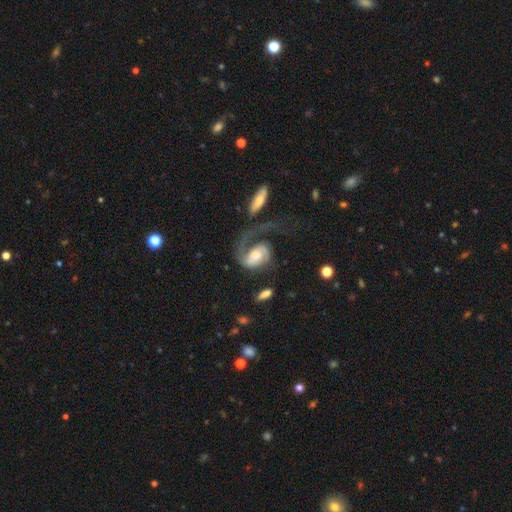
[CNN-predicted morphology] Smooth or featured?
  - featured or disk: 81% *
  - smooth: 13%
  - star or artifact: 5%
Edge-on disk?
  - no: 97% *
  - yes: 3%
Bar?
  - no: 51% *
  - weak: 36%
  - strong: 13%
Spiral arms?
  - yes: 94% *
  - no: 6%
Spiral winding?
  - medium: 43% *
  - loose: 36%
  - tight: 22%
Spiral arm count?
  - 1: 53% *
  - 2: 38%
  - can't tell: 4%
  - 3: 2%
  - 4: 1%
  - more than 4: 1%
Bulge size?
  - moderate: 38% *
  - large: 30%
  - small: 18%
  - none: 9%
  - dominant: 5%
Merging?
  - major disturbance: 47% *
  - none: 30%
  - minor disturbance: 13%
  - merger: 10%